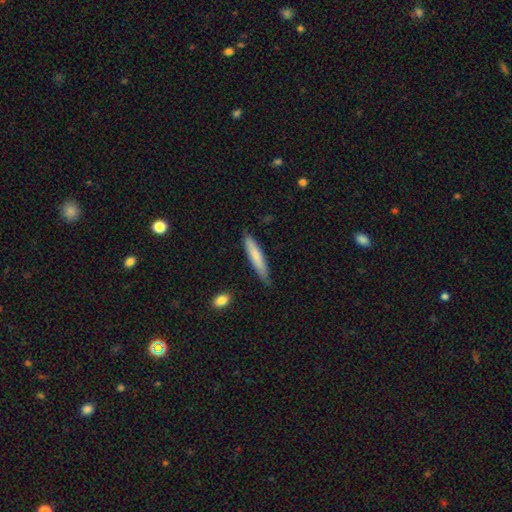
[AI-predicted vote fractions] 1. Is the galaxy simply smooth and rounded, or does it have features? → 76% smooth, 18% featured or disk, 6% star or artifact.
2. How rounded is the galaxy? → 90% cigar-shaped, 8% in between, 1% round.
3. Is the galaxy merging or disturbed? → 81% none, 15% minor disturbance, 2% major disturbance, 1% merger.